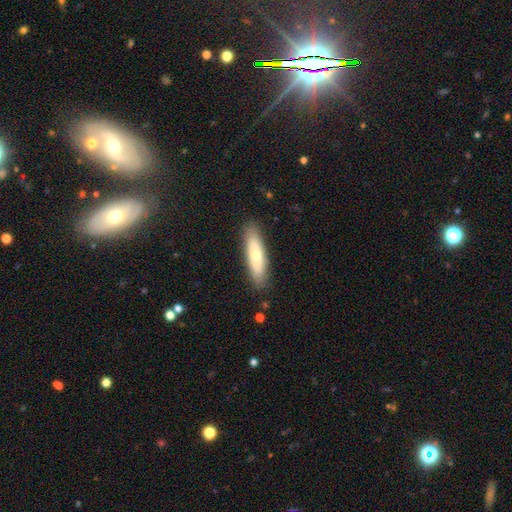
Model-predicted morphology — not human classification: Smooth or featured? smooth (68%)
How rounded? cigar-shaped (69%)
Merging? none (88%)